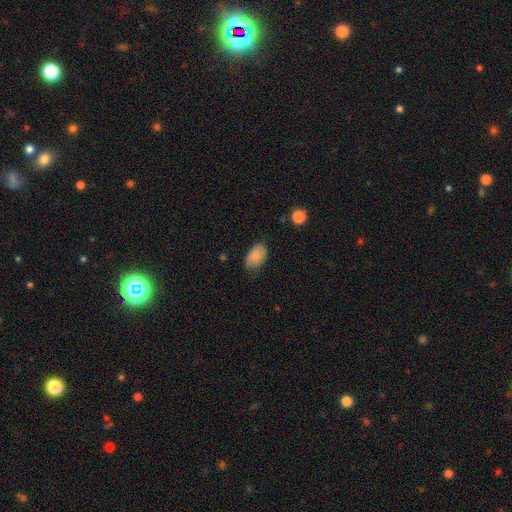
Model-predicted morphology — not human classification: A smooth galaxy with no disk features (81%) that is in between round and cigar-shaped (91%).

Vote fractions:
- Smooth or featured? smooth: 81% / featured or disk: 11% / star or artifact: 7%
- How rounded? in between: 91% / round: 8% / cigar-shaped: 1%
- Merging? none: 67% / minor disturbance: 27% / major disturbance: 5% / merger: 1%